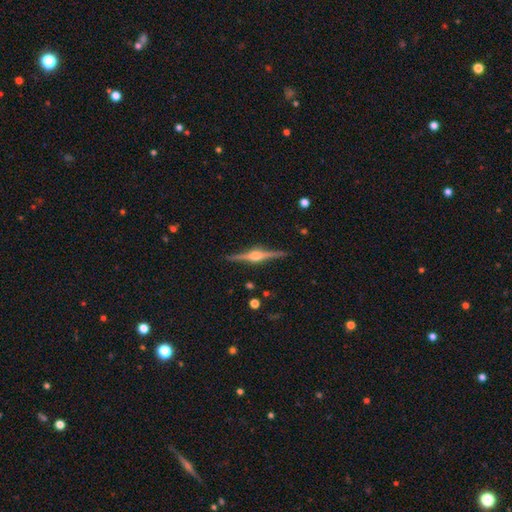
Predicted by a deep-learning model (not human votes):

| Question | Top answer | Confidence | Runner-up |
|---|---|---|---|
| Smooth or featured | featured or disk | 87% | smooth (8%) |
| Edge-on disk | yes | 99% | no (1%) |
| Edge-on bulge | rounded | 94% | boxy (5%) |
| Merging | none | 91% | minor disturbance (6%) |